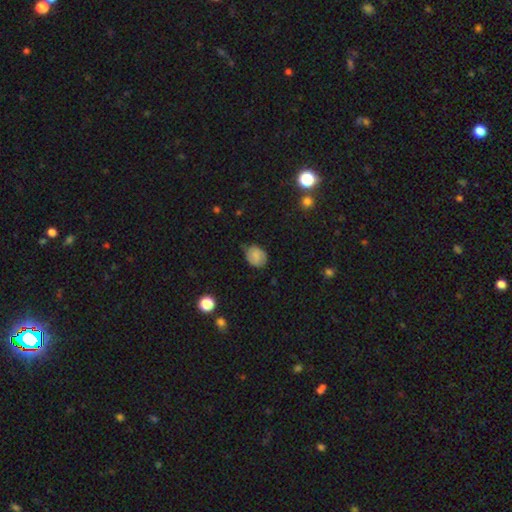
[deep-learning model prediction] Smooth or featured? smooth (74%)
How rounded? round (51%)
Merging? none (64%)